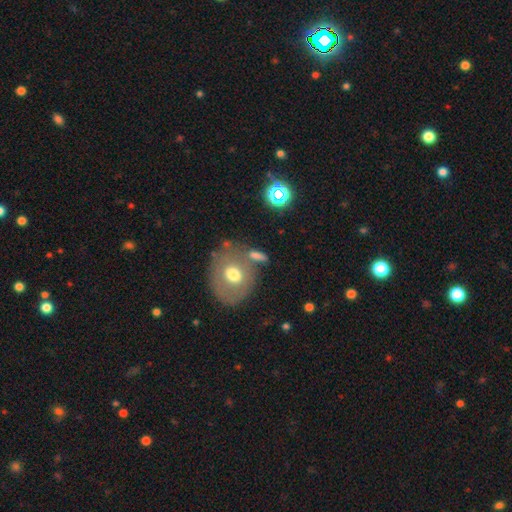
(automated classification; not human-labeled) Smooth or featured? Predicted: smooth (p=0.64). How rounded? Predicted: in between (p=0.52). Merging? Predicted: none (p=0.63).